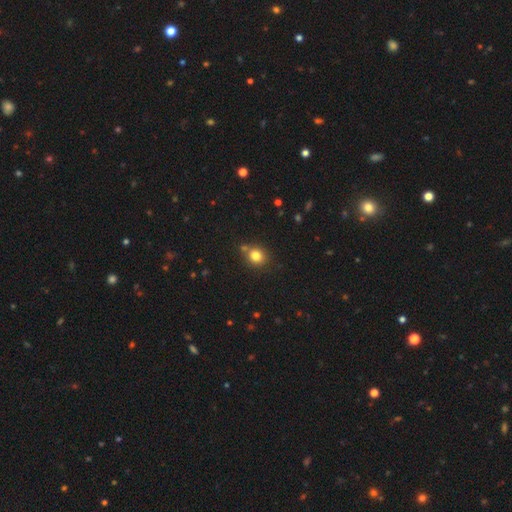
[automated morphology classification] A smooth galaxy with no disk features (81%) that is round (76%). Merging: none (74%).